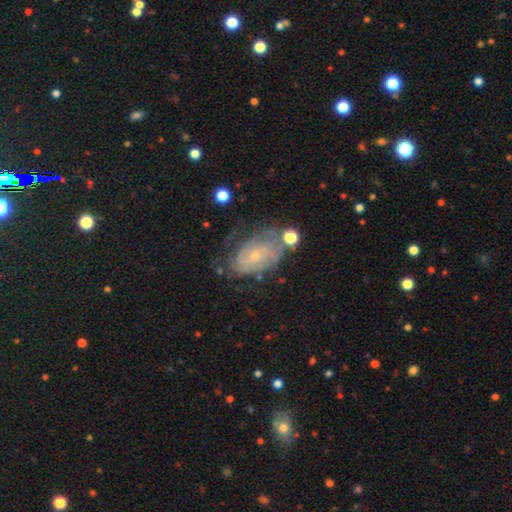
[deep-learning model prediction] This appears to be a featured or disk galaxy (73%) with no bar (75%), tight (65%) spiral arms (82%) and a small central bulge (75%). Merging: none (50%).